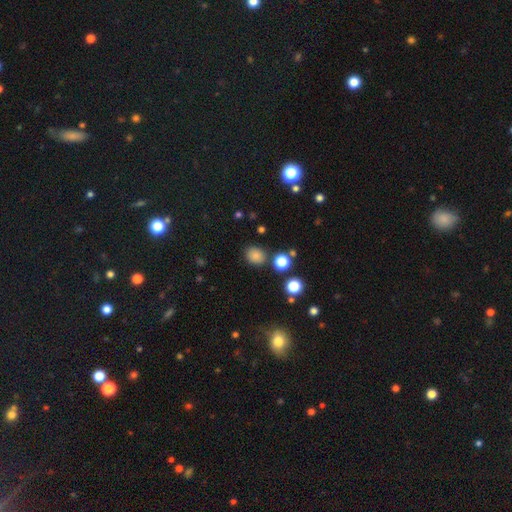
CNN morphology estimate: smooth 81%, star or artifact 14%, featured or disk 5%. Down the decision tree: how rounded — round (69%); merging — none (82%).